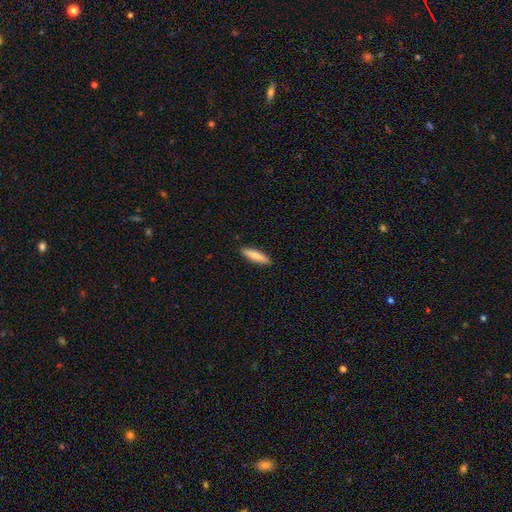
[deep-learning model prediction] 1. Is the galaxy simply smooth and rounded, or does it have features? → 78% smooth, 17% featured or disk, 6% star or artifact.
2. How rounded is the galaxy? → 79% cigar-shaped, 20% in between, 2% round.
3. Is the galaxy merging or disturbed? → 91% none, 7% minor disturbance, 2% major disturbance, 1% merger.